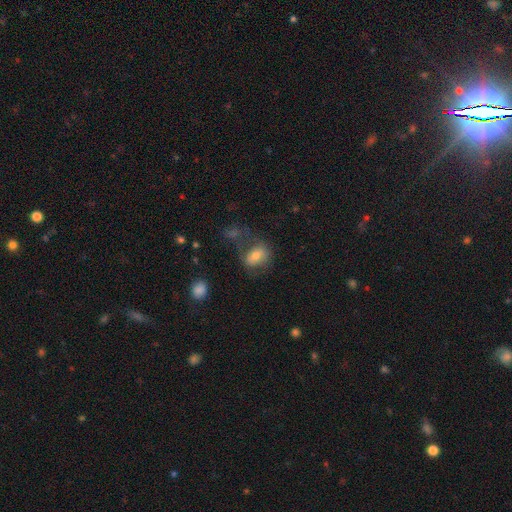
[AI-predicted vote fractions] Smooth or featured? smooth (68%)
How rounded? in between (72%)
Merging? none (54%)